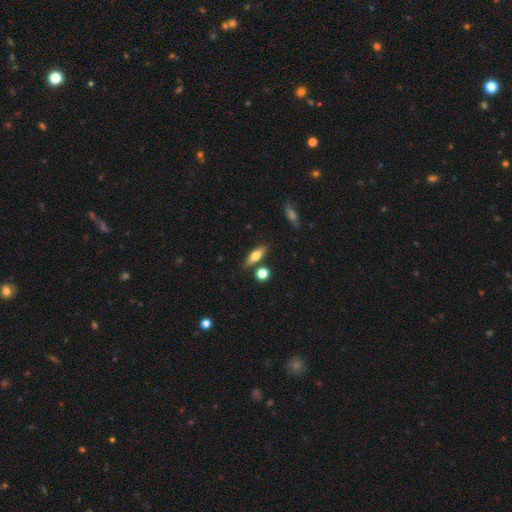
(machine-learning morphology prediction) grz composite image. It shows a smooth galaxy with no disk features (66%) that is in between round and cigar-shaped (55%). Merging: none (78%).